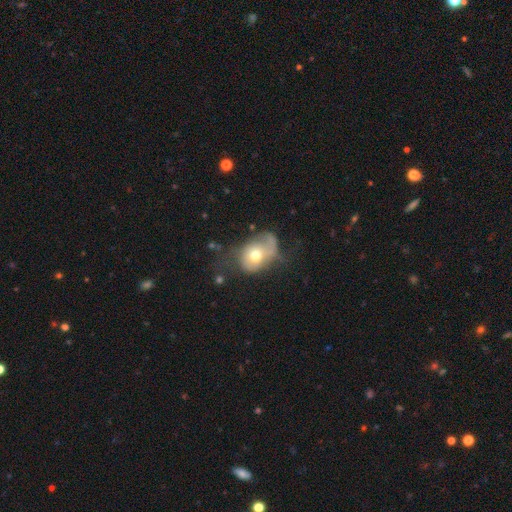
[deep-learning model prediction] Smooth or featured: smooth — 55% (featured or disk — 36%)
How rounded: in between — 64% (round — 35%)
Merging: major disturbance — 39% (minor disturbance — 30%)